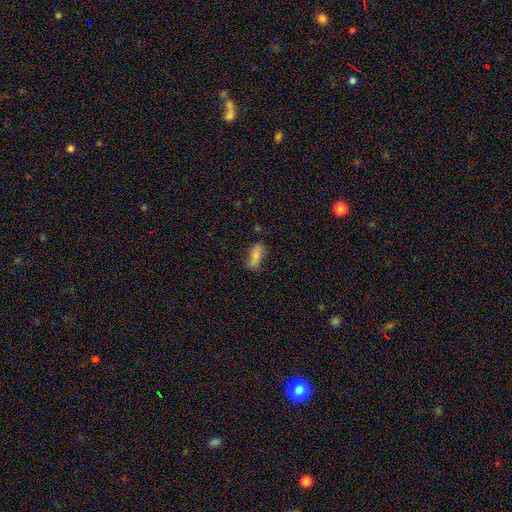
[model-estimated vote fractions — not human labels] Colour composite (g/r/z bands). It shows a smooth galaxy with no disk features (78%) that is in between round and cigar-shaped (78%). Merging: none (63%).